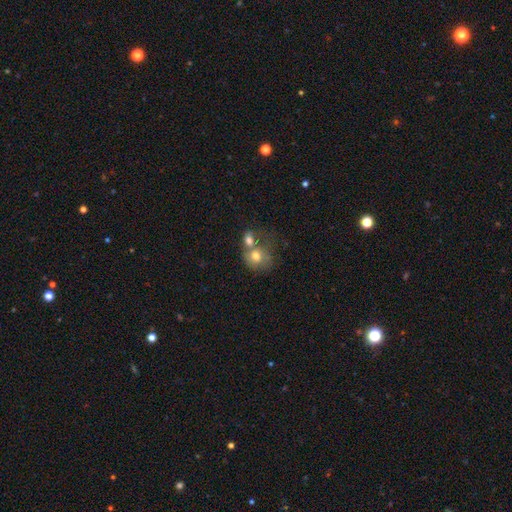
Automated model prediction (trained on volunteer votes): smooth_or_featured: smooth (p=0.72) [alt: featured or disk p=0.18]
how_rounded: round (p=0.68) [alt: in between p=0.31]
merging: merger (p=0.54) [alt: none p=0.29]